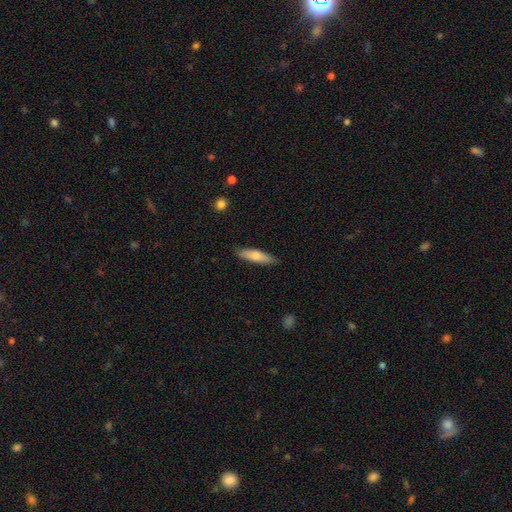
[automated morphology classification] Smooth or featured? smooth (72%)
How rounded? cigar-shaped (68%)
Merging? none (86%)